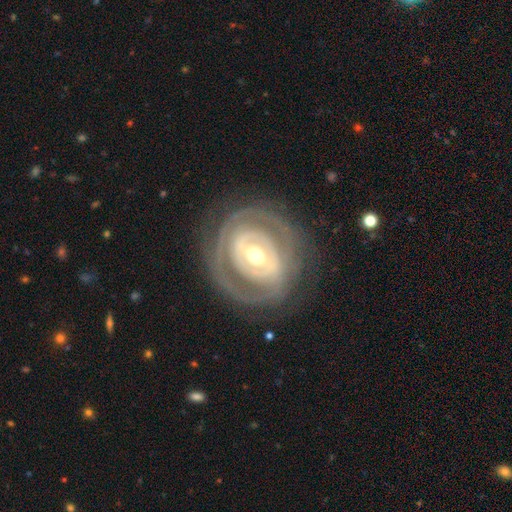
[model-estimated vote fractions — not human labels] Smooth or featured?
  - featured or disk: 82% *
  - smooth: 13%
  - star or artifact: 5%
Edge-on disk?
  - no: 96% *
  - yes: 4%
Bar?
  - strong: 40% *
  - weak: 36%
  - no: 24%
Spiral arms?
  - yes: 66% *
  - no: 34%
Spiral winding?
  - tight: 71% *
  - medium: 20%
  - loose: 9%
Spiral arm count?
  - 2: 41% *
  - can't tell: 36%
  - 3: 9%
  - 1: 7%
  - 4: 4%
  - more than 4: 3%
Bulge size?
  - moderate: 67% *
  - small: 23%
  - large: 8%
  - dominant: 1%
  - none: 1%
Merging?
  - none: 75% *
  - minor disturbance: 15%
  - major disturbance: 9%
  - merger: 1%